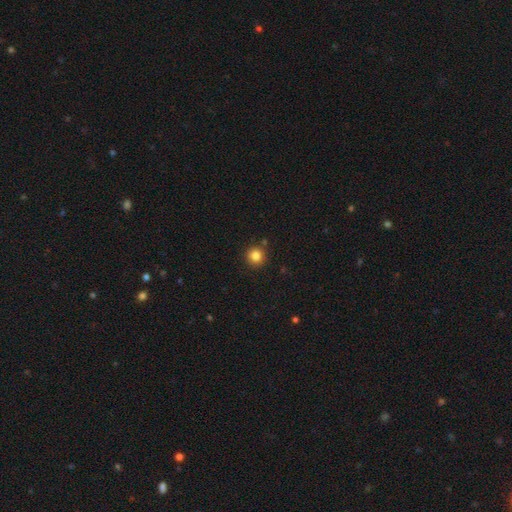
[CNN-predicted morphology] smooth_or_featured: smooth (p=0.83) [alt: star or artifact p=0.12]
how_rounded: round (p=0.94) [alt: in between p=0.05]
merging: none (p=0.88) [alt: minor disturbance p=0.07]